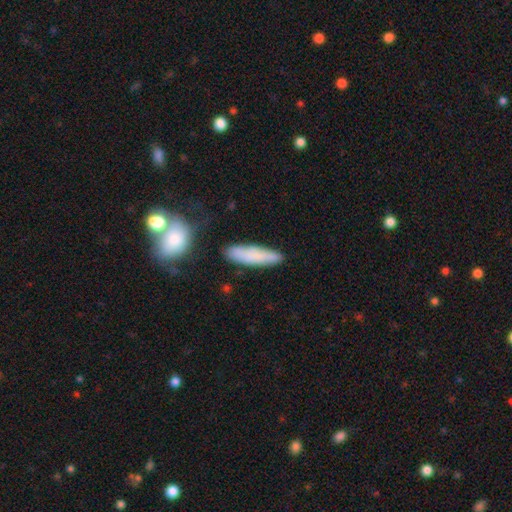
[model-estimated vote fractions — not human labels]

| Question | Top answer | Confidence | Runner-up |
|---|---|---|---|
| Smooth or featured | smooth | 79% | featured or disk (15%) |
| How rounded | cigar-shaped | 70% | in between (29%) |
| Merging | none | 77% | minor disturbance (15%) |